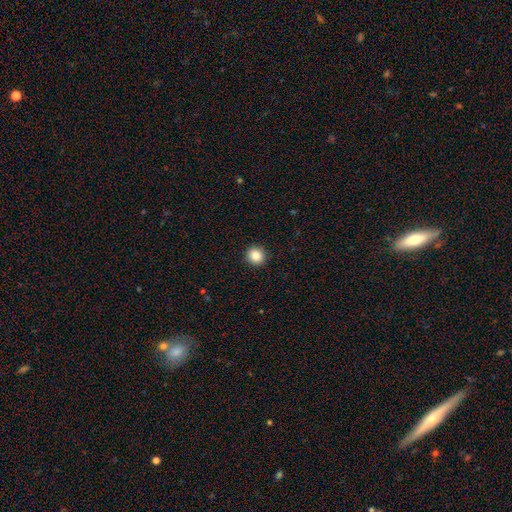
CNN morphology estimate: A smooth galaxy with no disk features (86%) that is round (92%). Merging: none (93%).